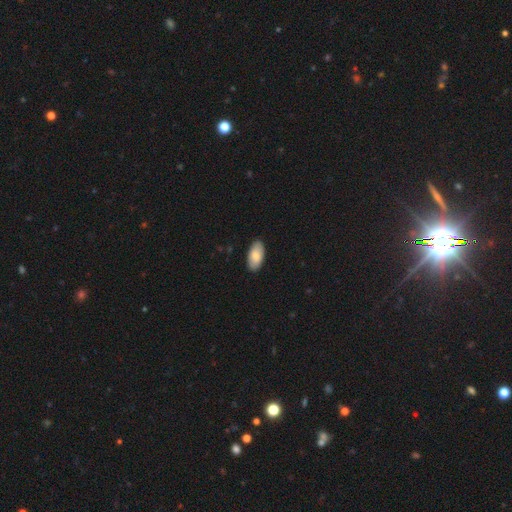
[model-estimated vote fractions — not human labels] A smooth galaxy with no disk features (81%) that is in between round and cigar-shaped (94%). Merging: none (89%).